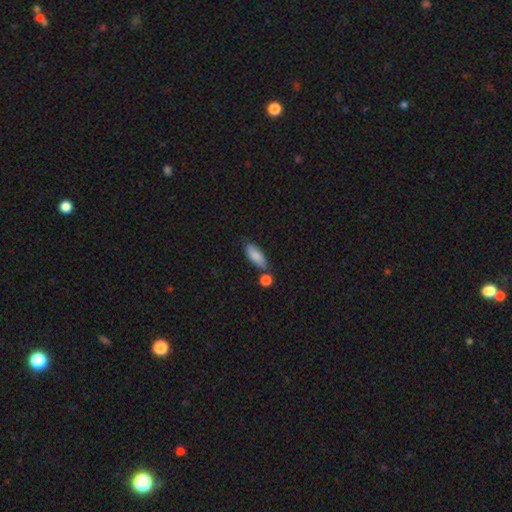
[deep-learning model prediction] Q: Smooth or featured?
A: smooth (85%); runner-up: featured or disk (8%)
Q: How rounded?
A: in between (77%); runner-up: cigar-shaped (20%)
Q: Merging?
A: none (69%); runner-up: minor disturbance (16%)